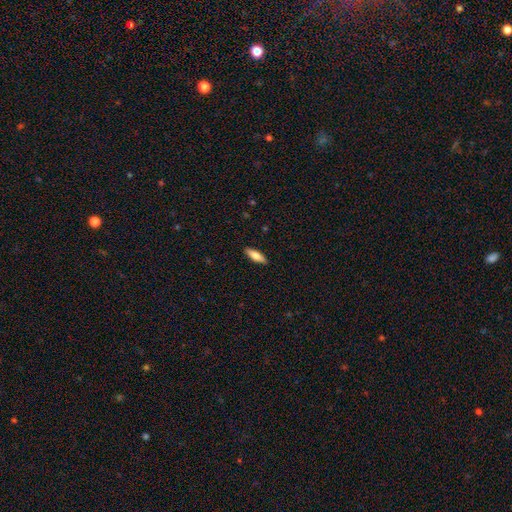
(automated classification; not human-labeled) smooth-or-featured: smooth: 77% | featured or disk: 17% | star or artifact: 6%
  how-rounded: in between: 53% | cigar-shaped: 45% | round: 2%
  merging: none: 89% | minor disturbance: 8% | major disturbance: 2% | merger: 1%